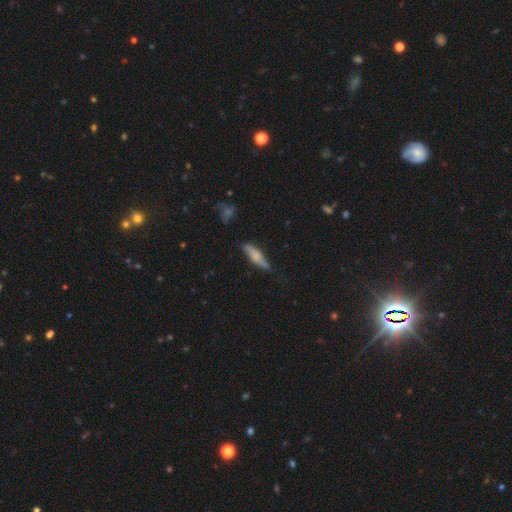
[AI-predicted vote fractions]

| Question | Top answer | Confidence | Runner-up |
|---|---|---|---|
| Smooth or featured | smooth | 66% | featured or disk (28%) |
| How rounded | cigar-shaped | 71% | in between (27%) |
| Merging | none | 70% | minor disturbance (23%) |